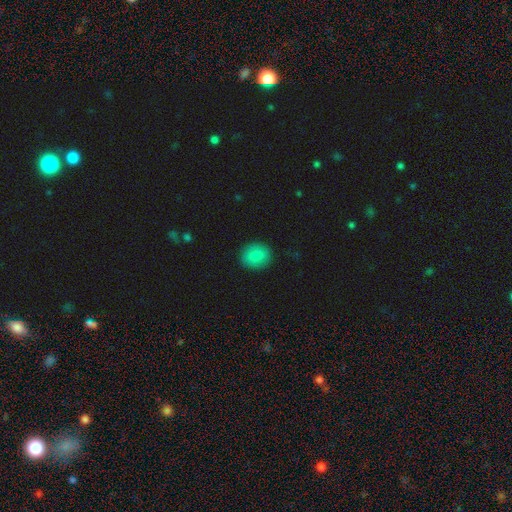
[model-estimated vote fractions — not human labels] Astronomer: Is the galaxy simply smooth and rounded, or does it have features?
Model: smooth — 84%.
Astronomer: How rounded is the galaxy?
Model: round — 67%.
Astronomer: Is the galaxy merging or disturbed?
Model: none — 88%.